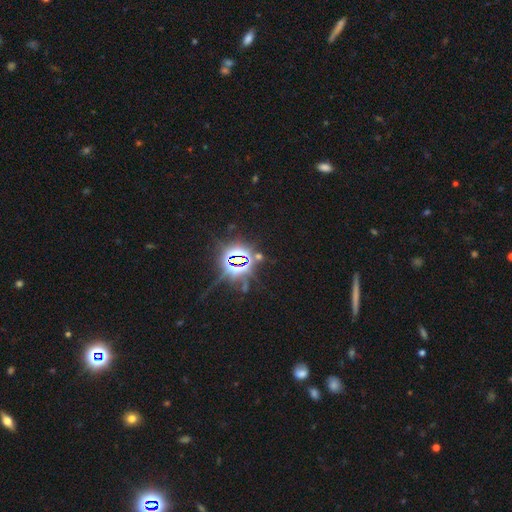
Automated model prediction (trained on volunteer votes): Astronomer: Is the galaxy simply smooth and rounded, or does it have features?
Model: star or artifact — 83%.